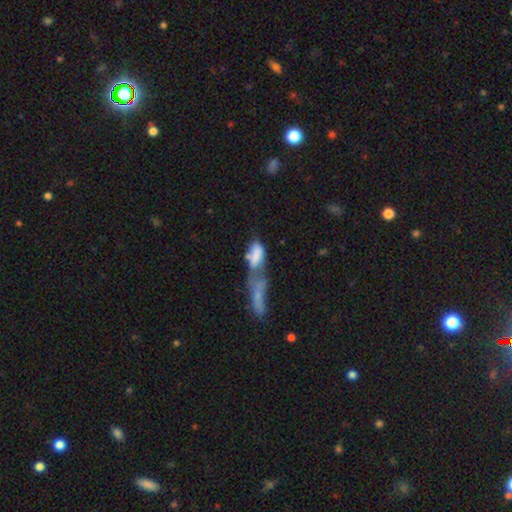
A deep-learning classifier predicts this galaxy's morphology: type=smooth (68%); roundness=in between (79%); merging=merger (64%).